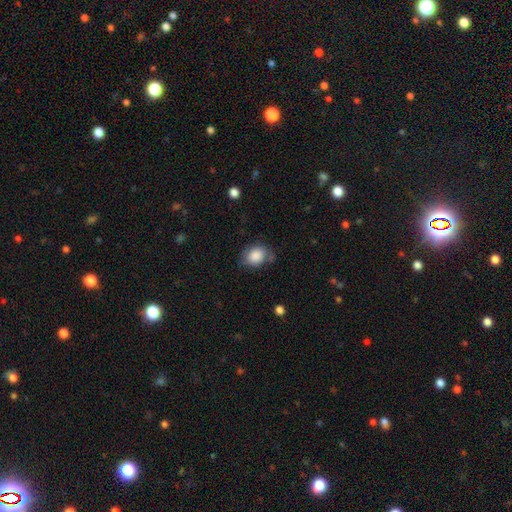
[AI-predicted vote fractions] smooth_or_featured: smooth (p=0.86) [alt: star or artifact p=0.08]
how_rounded: in between (p=0.50) [alt: round p=0.49]
merging: none (p=0.64) [alt: minor disturbance p=0.25]